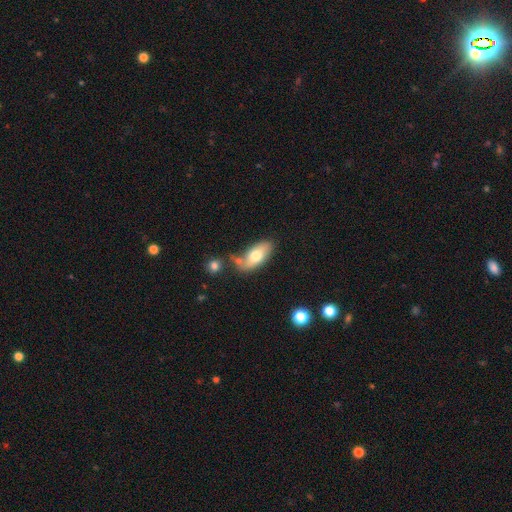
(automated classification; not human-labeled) A smooth galaxy with no disk features (70%) that is in between round and cigar-shaped (89%).

Vote fractions:
- Smooth or featured? smooth: 70% / featured or disk: 23% / star or artifact: 7%
- How rounded? in between: 89% / cigar-shaped: 8% / round: 3%
- Merging? none: 60% / minor disturbance: 19% / merger: 16% / major disturbance: 6%